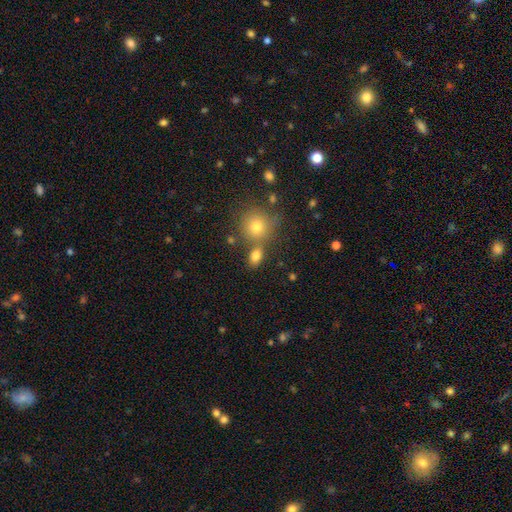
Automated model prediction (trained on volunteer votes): smooth 78%, star or artifact 13%, featured or disk 9%. Down the decision tree: how rounded — in between (67%); merging — none (62%).